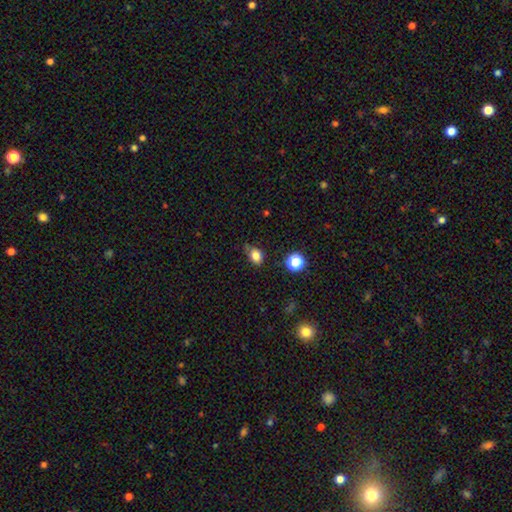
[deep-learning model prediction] Smooth or featured: smooth — 81% (star or artifact — 13%)
How rounded: in between — 58% (round — 40%)
Merging: none — 65% (minor disturbance — 26%)